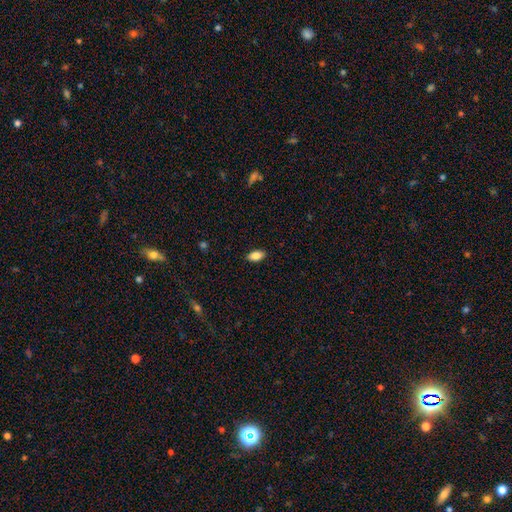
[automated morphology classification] This is clearly a smooth galaxy (86%). How rounded: clearly in between (92%). Merging: clearly none (89%).